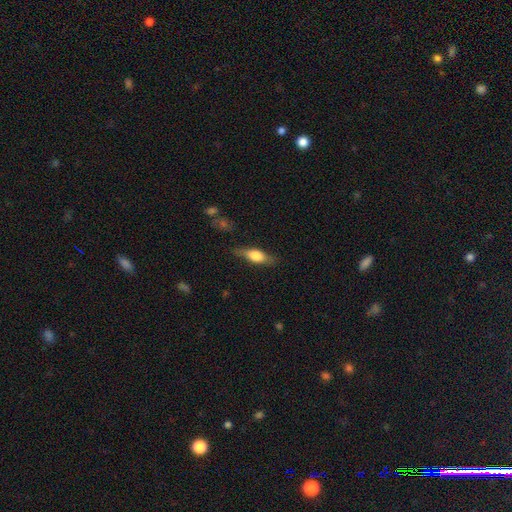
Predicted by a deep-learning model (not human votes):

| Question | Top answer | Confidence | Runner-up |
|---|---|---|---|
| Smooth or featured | smooth | 62% | featured or disk (31%) |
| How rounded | in between | 58% | cigar-shaped (39%) |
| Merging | none | 77% | minor disturbance (17%) |